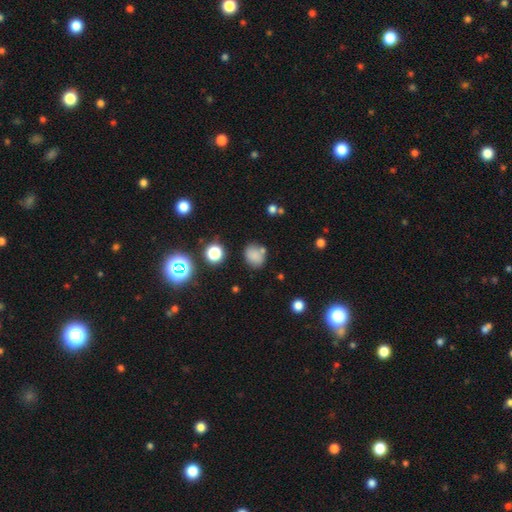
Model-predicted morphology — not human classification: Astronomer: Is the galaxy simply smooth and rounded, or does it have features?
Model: smooth — 77%.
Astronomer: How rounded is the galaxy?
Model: round — 60% (runner-up: in between, 39%).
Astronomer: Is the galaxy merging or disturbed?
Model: none — 68%.